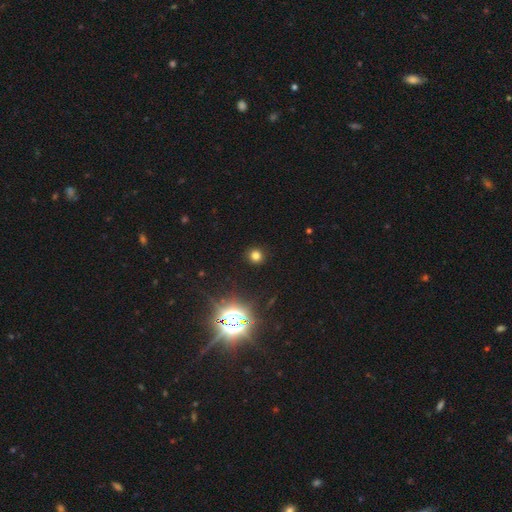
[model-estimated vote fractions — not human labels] Smooth or featured?
  - smooth: 71% *
  - star or artifact: 23%
  - featured or disk: 6%
How rounded?
  - round: 92% *
  - in between: 7%
  - cigar-shaped: 1%
Merging?
  - none: 91% *
  - minor disturbance: 6%
  - major disturbance: 2%
  - merger: 1%